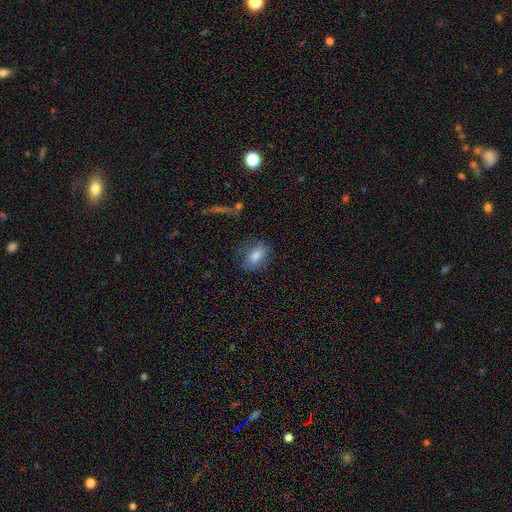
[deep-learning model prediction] Q: Smooth or featured?
A: smooth (76%); runner-up: featured or disk (14%)
Q: How rounded?
A: in between (81%); runner-up: round (14%)
Q: Merging?
A: none (69%); runner-up: minor disturbance (20%)